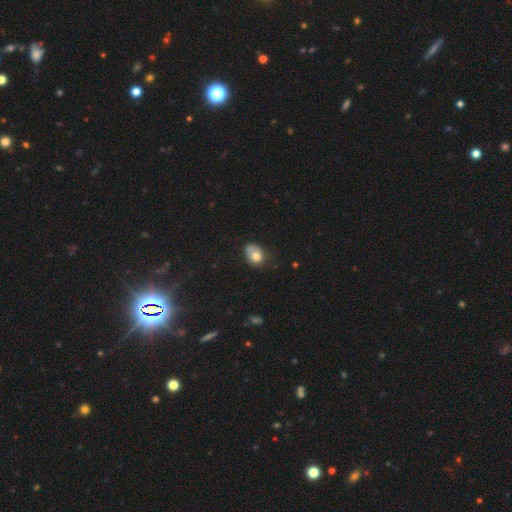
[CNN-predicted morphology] type=smooth (74%); roundness=in between (60%); merging=none (44%).